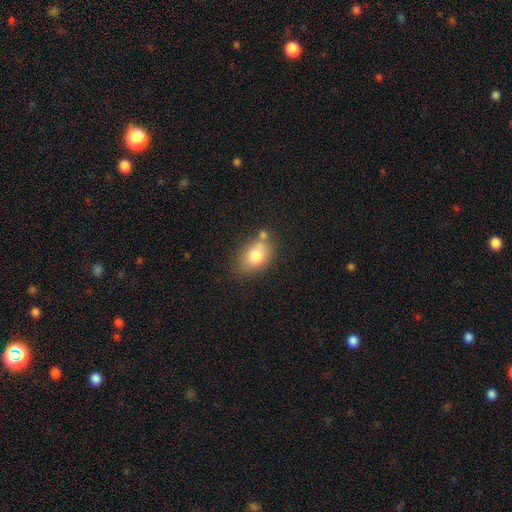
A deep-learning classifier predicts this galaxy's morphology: Smooth or featured?
  - smooth: 78% *
  - featured or disk: 13%
  - star or artifact: 9%
How rounded?
  - in between: 81% *
  - round: 17%
  - cigar-shaped: 2%
Merging?
  - none: 59% *
  - minor disturbance: 19%
  - merger: 17%
  - major disturbance: 5%